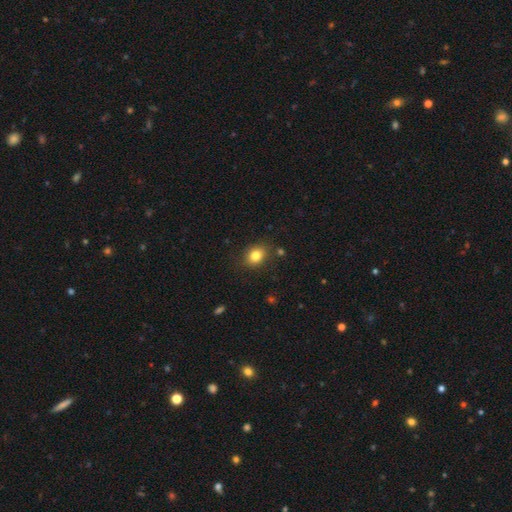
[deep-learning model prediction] Smooth or featured: smooth — 82% (star or artifact — 11%)
How rounded: in between — 51% (round — 48%)
Merging: none — 84% (minor disturbance — 11%)